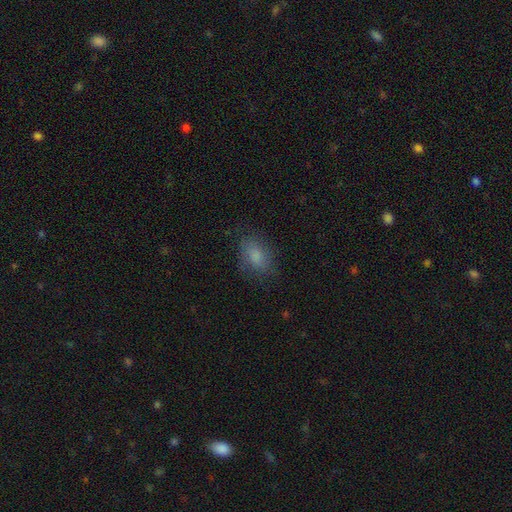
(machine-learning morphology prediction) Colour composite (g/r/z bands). It shows a smooth galaxy with no disk features (79%) that is in between round and cigar-shaped (82%). Merging: none (74%).